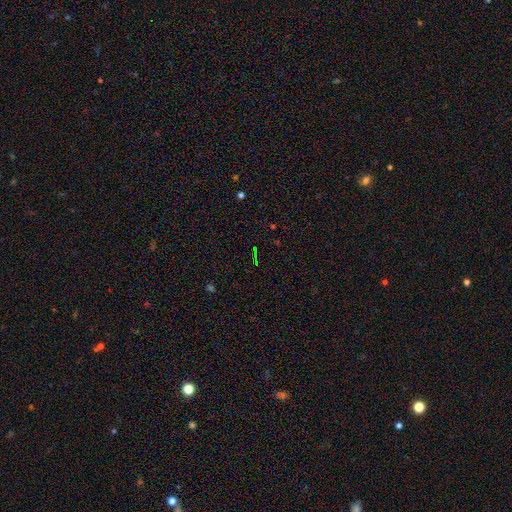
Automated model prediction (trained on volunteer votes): Smooth or featured?
  - star or artifact: 74% *
  - smooth: 15%
  - featured or disk: 11%